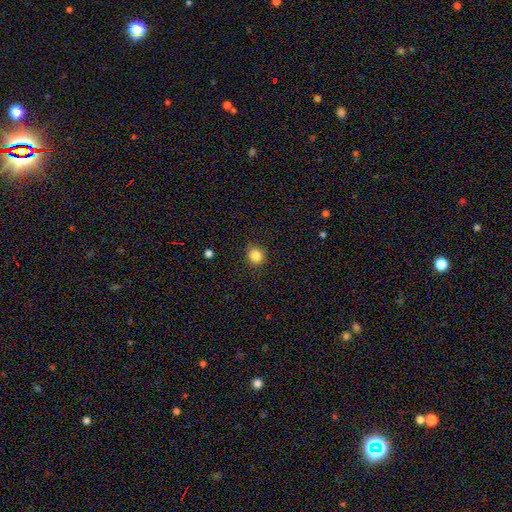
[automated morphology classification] A smooth galaxy with no disk features (84%) that is round (87%). Merging: none (86%).